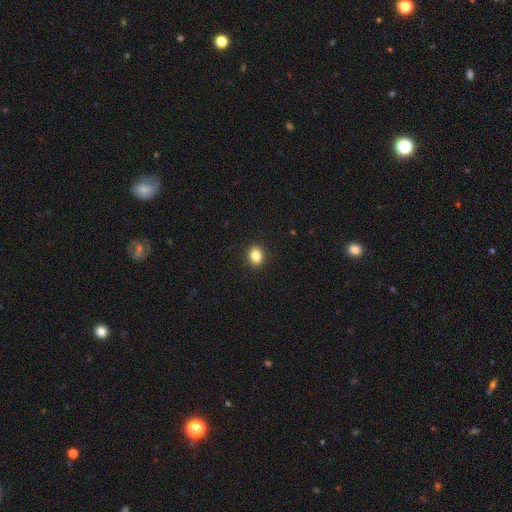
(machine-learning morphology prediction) Overall: smooth (85%). How rounded: in between (51%; round 48%). Merging: none (91%).